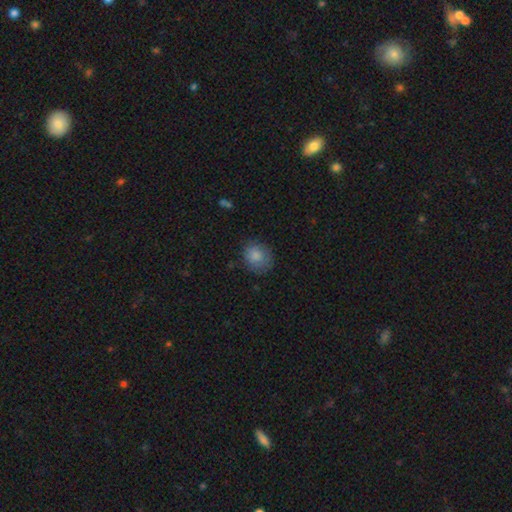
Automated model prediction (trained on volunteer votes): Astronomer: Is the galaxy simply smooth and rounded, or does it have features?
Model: smooth — 84%.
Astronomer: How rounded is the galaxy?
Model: round — 72%.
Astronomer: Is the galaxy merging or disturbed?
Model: none — 77%.